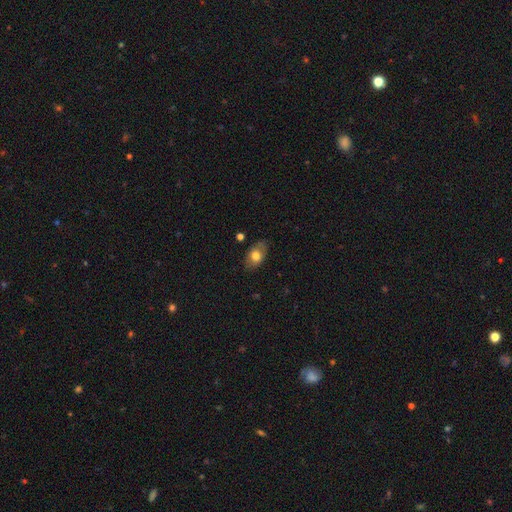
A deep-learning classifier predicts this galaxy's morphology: Smooth or featured? smooth (71%)
How rounded? in between (87%)
Merging? none (79%)